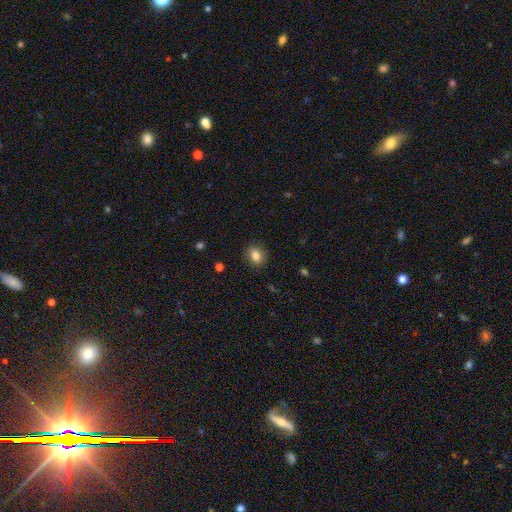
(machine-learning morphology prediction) A smooth galaxy with no disk features (83%) that is in between round and cigar-shaped (54%). Merging: none (87%).